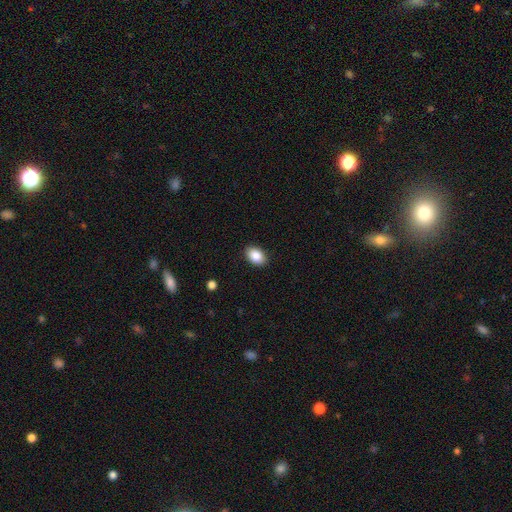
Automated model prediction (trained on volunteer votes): The model was most divided on "how rounded": in between: 86%, round: 13%, cigar-shaped: 1%. More confident: merging — none (89%); smooth or featured — smooth (88%).